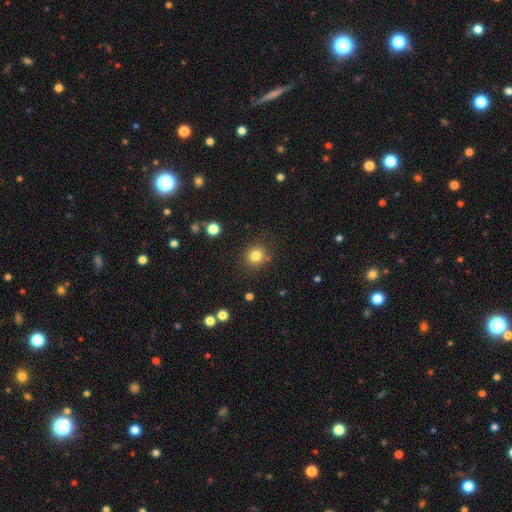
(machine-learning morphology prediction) Q: Smooth or featured?
A: smooth (82%); runner-up: star or artifact (12%)
Q: How rounded?
A: round (88%); runner-up: in between (11%)
Q: Merging?
A: none (85%); runner-up: minor disturbance (9%)